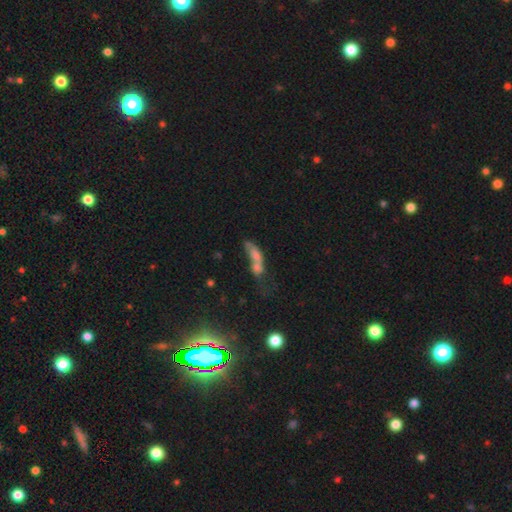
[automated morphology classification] This appears to be a smooth galaxy with no disk features (53%) that is in between round and cigar-shaped (55%). Merging: merger (62%).